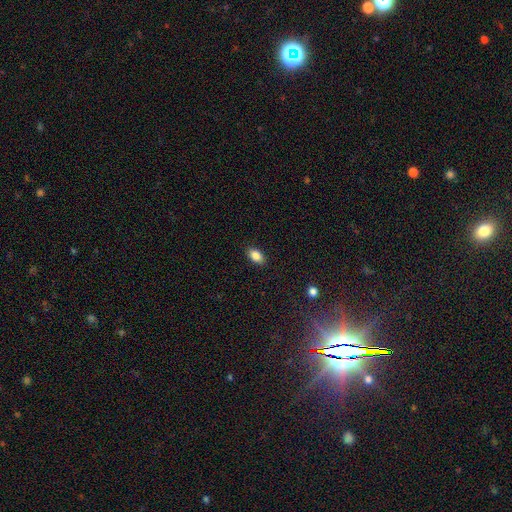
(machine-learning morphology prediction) The model was most divided on "smooth or featured": smooth: 85%, star or artifact: 8%, featured or disk: 7%. More confident: how rounded — in between (90%); merging — none (89%).